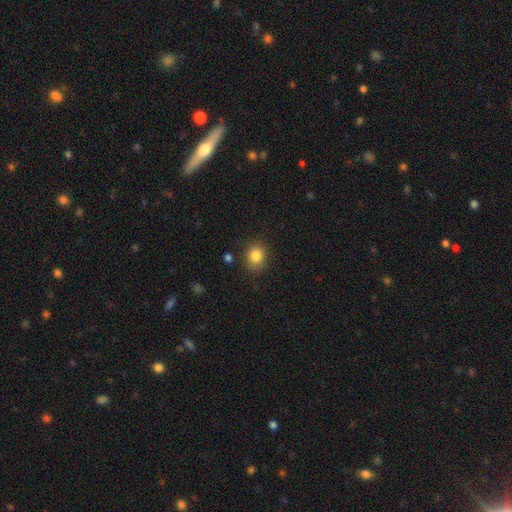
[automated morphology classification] Smooth or featured: smooth — 84% (star or artifact — 10%)
How rounded: round — 63% (in between — 36%)
Merging: none — 83% (minor disturbance — 12%)